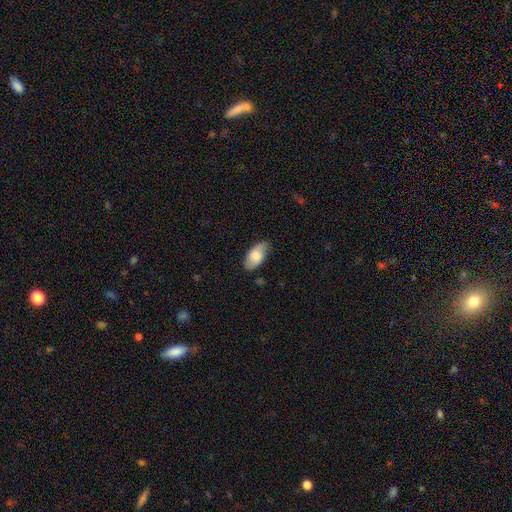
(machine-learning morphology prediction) Overall: smooth (75%). How rounded: in between (94%). Merging: none (77%).